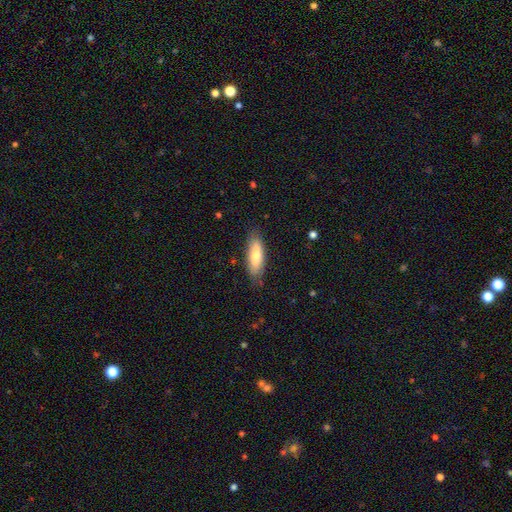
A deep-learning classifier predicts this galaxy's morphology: Q: Smooth or featured?
A: smooth (74%); runner-up: featured or disk (19%)
Q: How rounded?
A: in between (62%); runner-up: cigar-shaped (36%)
Q: Merging?
A: none (80%); runner-up: minor disturbance (15%)